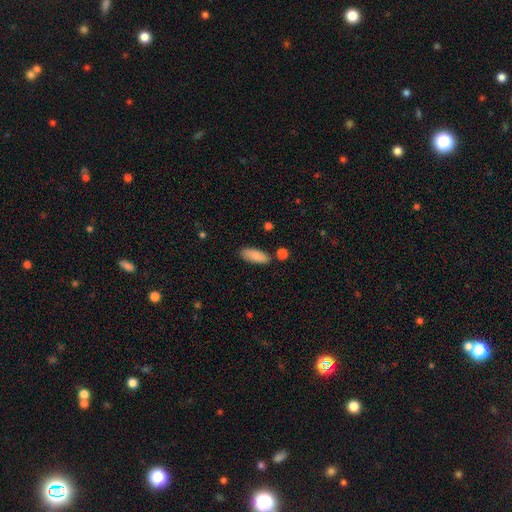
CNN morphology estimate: Smooth or featured? smooth (88%)
How rounded? in between (77%)
Merging? none (82%)